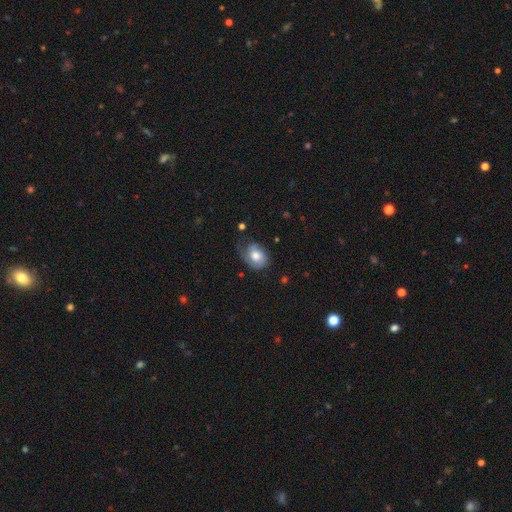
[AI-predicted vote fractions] Smooth or featured? smooth (51%)
How rounded? in between (61%)
Merging? none (46%)